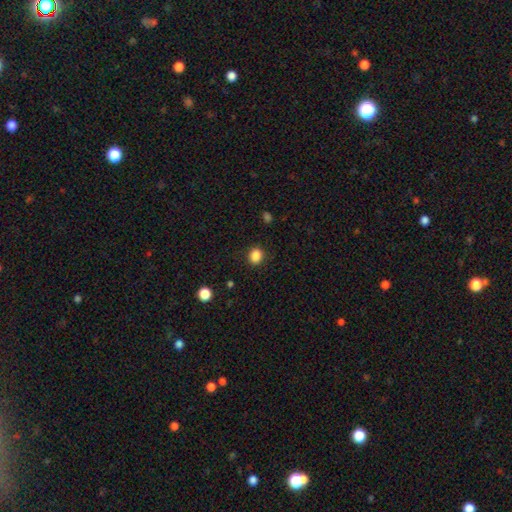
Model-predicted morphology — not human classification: This is clearly a smooth galaxy (87%). How rounded: possibly round (55%). Merging: clearly none (88%).